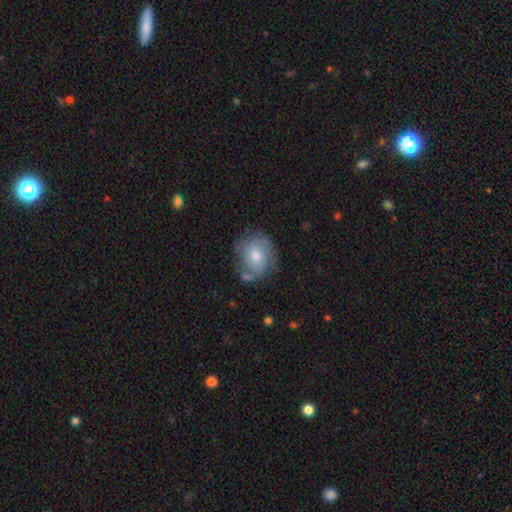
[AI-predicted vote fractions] smooth 59%, featured or disk 33%, star or artifact 8%. Down the decision tree: how rounded — round (66%); merging — none (61%).